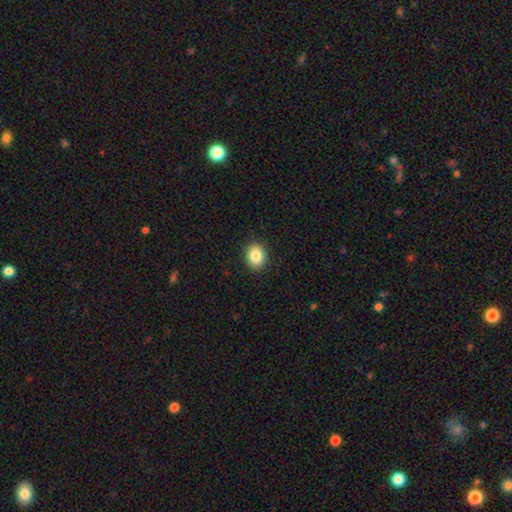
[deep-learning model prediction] Smooth or featured? Predicted: smooth (p=0.86). How rounded? Predicted: round (p=0.56). Merging? Predicted: none (p=0.90).